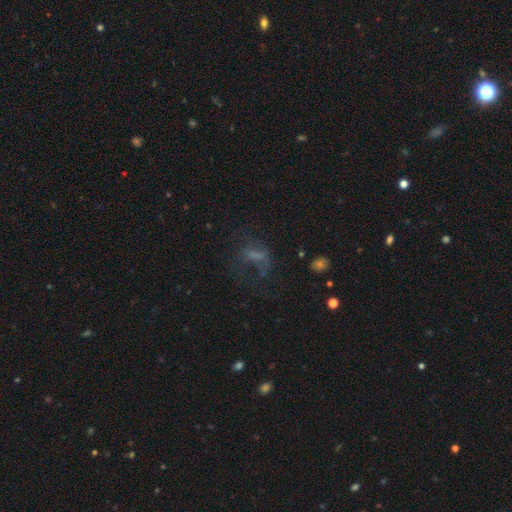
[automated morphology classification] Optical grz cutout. It shows a smooth galaxy with no disk features (40%). Merging: major disturbance (42%).